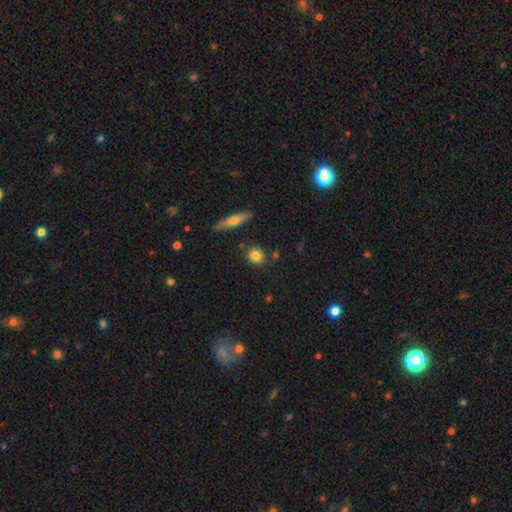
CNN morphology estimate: A smooth galaxy with no disk features (82%) that is round (75%). Merging: none (81%).